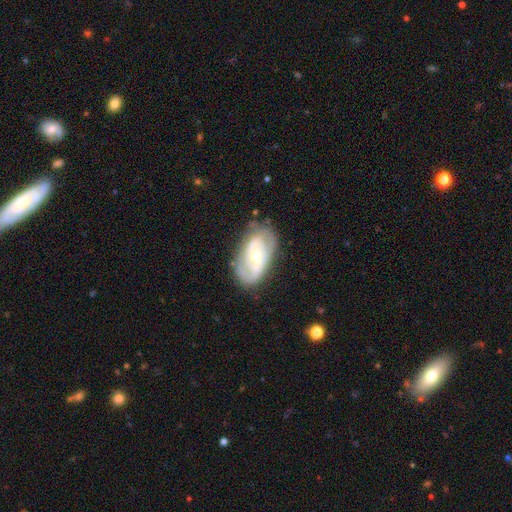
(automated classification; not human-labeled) Smooth or featured? featured or disk (71%)
Edge-on disk? no (94%)
Bar? no (44%)
Spiral arms? yes (73%)
Bulge size? moderate (51%)
Merging? none (71%)